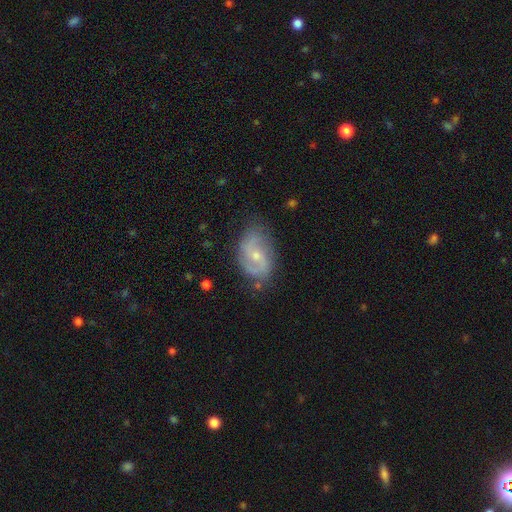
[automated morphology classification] Overall: featured or disk (78%). Edge-on disk: no (97%). Bar: no (48%; weak 42%). Spiral arms: yes (92%). Spiral arm count: 2 (82%). Spiral winding: medium (45%; loose 34%). Bulge size: small (58%; moderate 38%). Merging: none (69%).